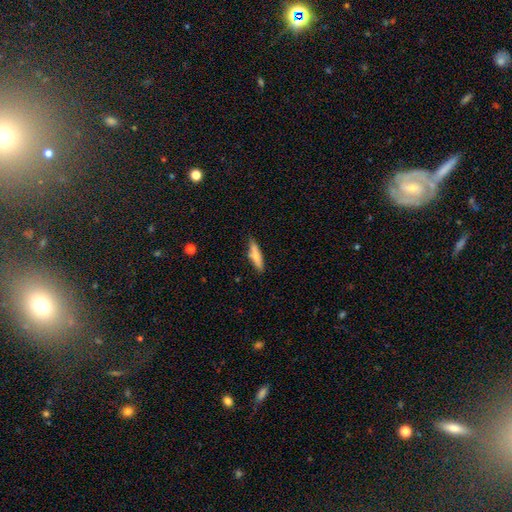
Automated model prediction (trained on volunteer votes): Overall: smooth (69%). How rounded: cigar-shaped (76%). Merging: none (79%).